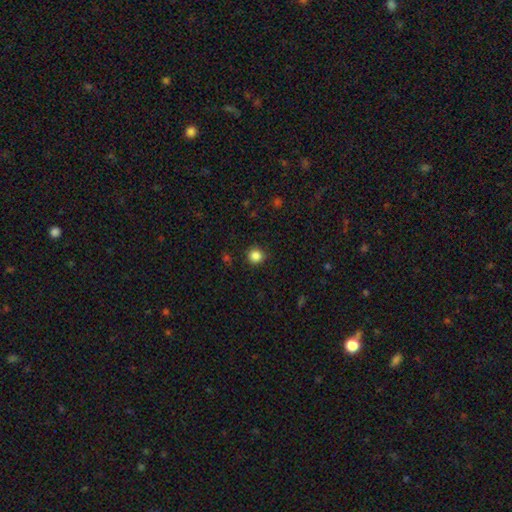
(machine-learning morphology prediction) This is clearly a smooth galaxy (85%). How rounded: clearly round (94%). Merging: clearly none (90%).